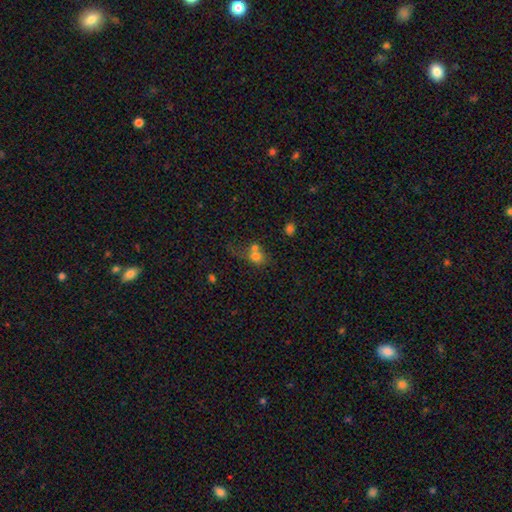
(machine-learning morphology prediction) Overall: smooth (71%). How rounded: round (67%; in between 31%). Merging: merger (58%; none 24%).